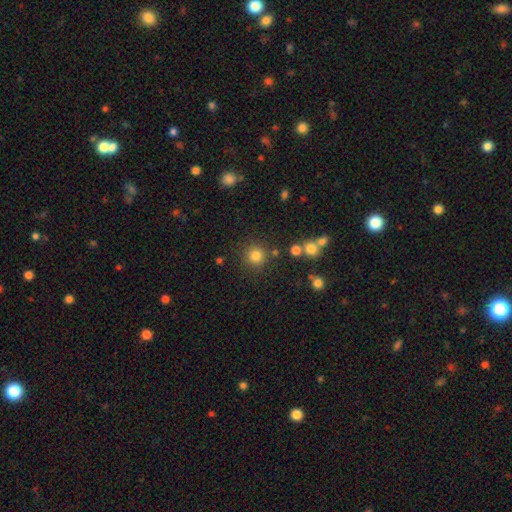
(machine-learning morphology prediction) smooth_or_featured: smooth (p=0.81) [alt: star or artifact p=0.14]
how_rounded: round (p=0.94) [alt: in between p=0.06]
merging: none (p=0.84) [alt: minor disturbance p=0.08]